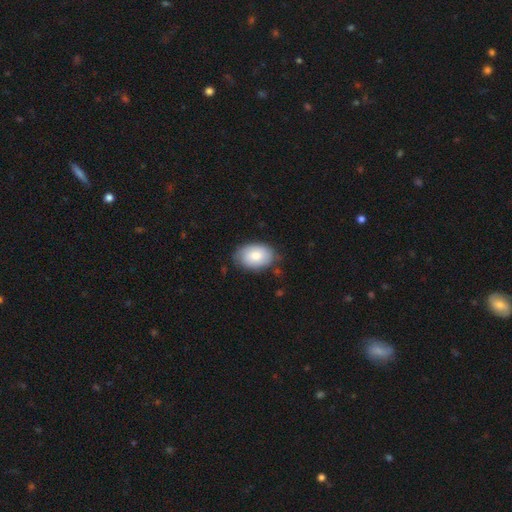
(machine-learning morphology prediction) Smooth or featured?
  - smooth: 78% *
  - featured or disk: 16%
  - star or artifact: 6%
How rounded?
  - in between: 82% *
  - round: 17%
  - cigar-shaped: 1%
Merging?
  - none: 74% *
  - minor disturbance: 20%
  - major disturbance: 4%
  - merger: 2%